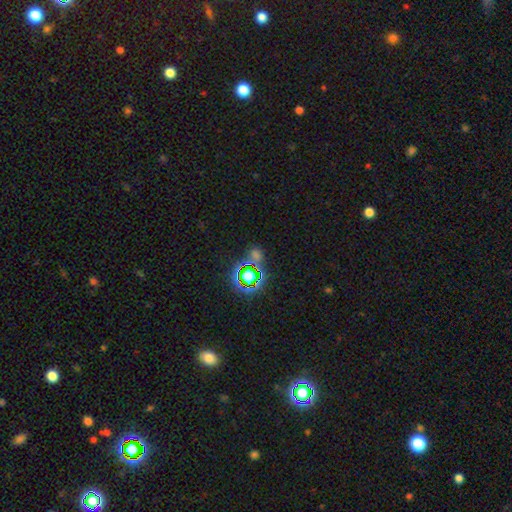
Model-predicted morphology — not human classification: A star or artifact, not a galaxy (60%).

Vote fractions:
- Smooth or featured? star or artifact: 60% / smooth: 31% / featured or disk: 9%